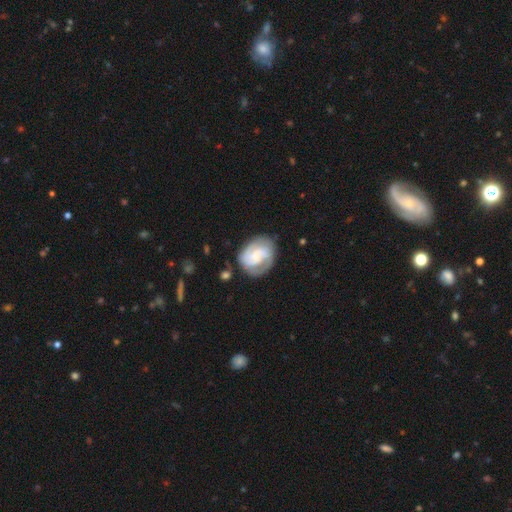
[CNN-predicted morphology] Overall: featured or disk (68%). Edge-on disk: no (98%). Bar: no (52%; weak 39%). Spiral arms: yes (91%). Spiral arm count: 2 (60%). Spiral winding: tight (43%; medium 42%). Bulge size: small (39%; moderate 25%). Merging: none (67%).